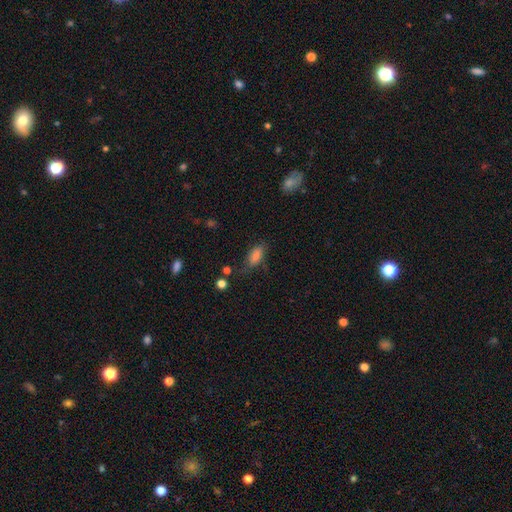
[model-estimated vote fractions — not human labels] Smooth or featured? smooth (78%)
How rounded? in between (79%)
Merging? none (68%)